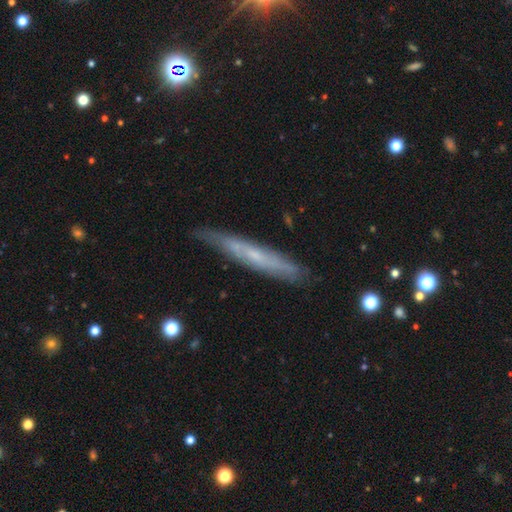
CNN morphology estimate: A featured or disk galaxy (56%) viewed edge-on (80%).

Vote fractions:
- Smooth or featured? featured or disk: 56% / smooth: 37% / star or artifact: 7%
- Edge-on disk? yes: 80% / no: 20%
- Merging? none: 79% / minor disturbance: 16% / major disturbance: 3% / merger: 2%